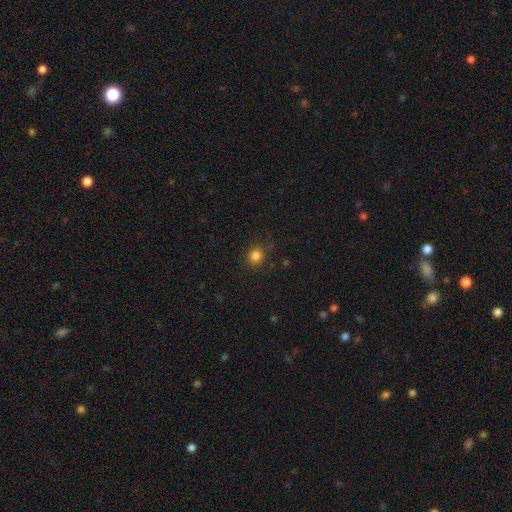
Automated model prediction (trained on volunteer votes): A smooth galaxy with no disk features (83%) that is round (84%). Merging: none (84%).